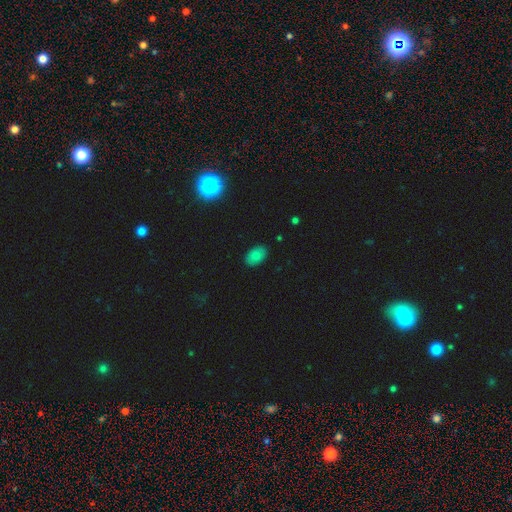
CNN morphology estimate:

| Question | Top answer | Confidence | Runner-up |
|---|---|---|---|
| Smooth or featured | smooth | 69% | featured or disk (16%) |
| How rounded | in between | 84% | round (14%) |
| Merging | none | 87% | minor disturbance (10%) |